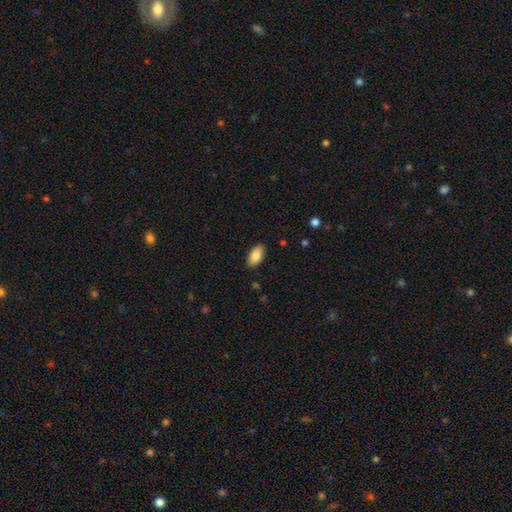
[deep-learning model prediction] Smooth or featured? smooth (86%)
How rounded? in between (94%)
Merging? none (88%)